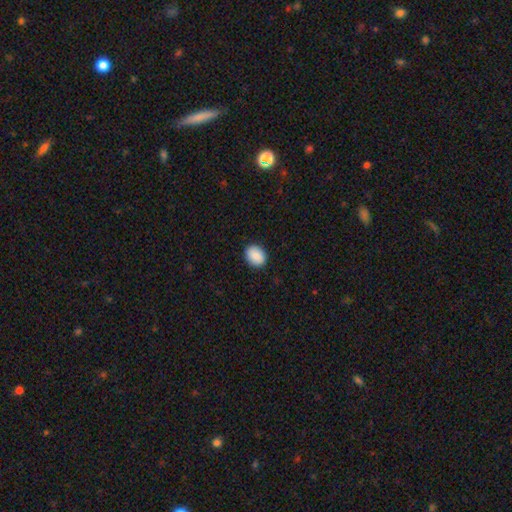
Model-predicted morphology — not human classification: type=smooth (89%); roundness=in between (58%); merging=none (89%).